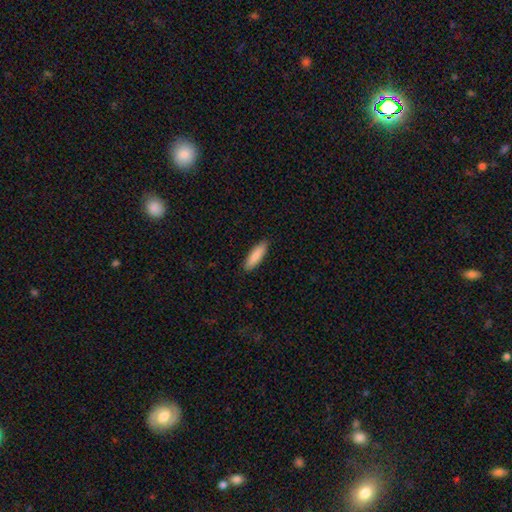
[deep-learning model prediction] This appears to be a smooth galaxy with no disk features (88%) that is cigar-shaped (64%). Merging: none (90%).